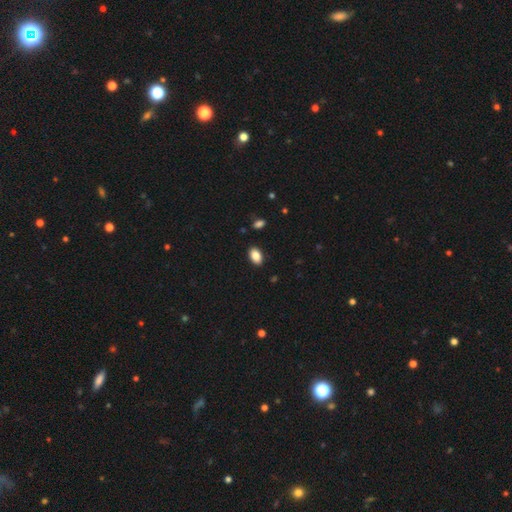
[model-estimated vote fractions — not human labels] The model was most divided on "smooth or featured": smooth: 87%, star or artifact: 8%, featured or disk: 5%. More confident: how rounded — in between (90%); merging — none (89%).